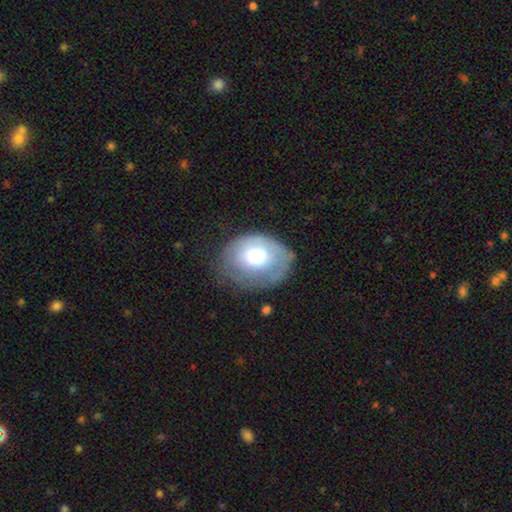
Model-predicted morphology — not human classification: Smooth or featured? smooth (60%)
How rounded? in between (60%)
Merging? none (52%)